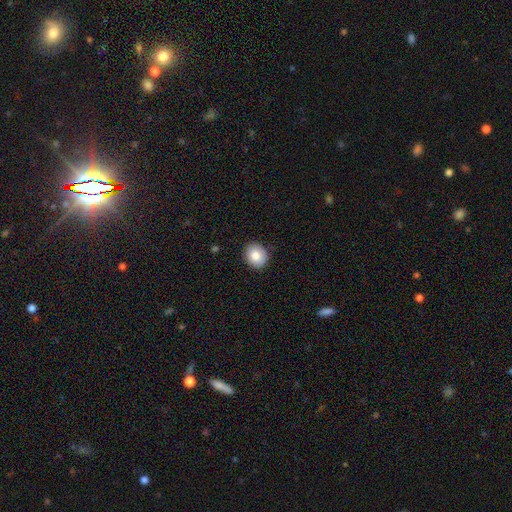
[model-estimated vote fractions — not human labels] Smooth or featured? smooth (83%)
How rounded? round (73%)
Merging? none (89%)